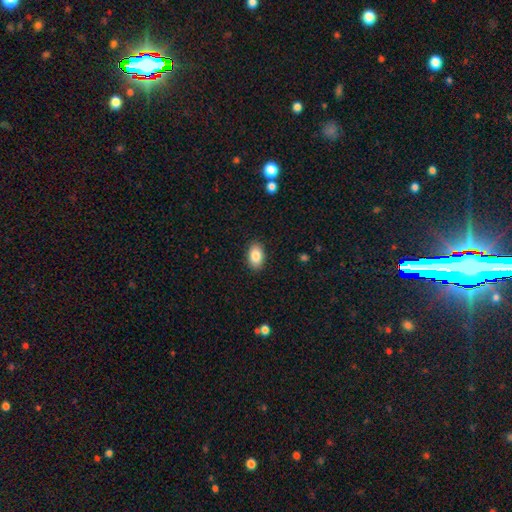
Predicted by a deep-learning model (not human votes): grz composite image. It shows a smooth galaxy with no disk features (86%) that is in between round and cigar-shaped (90%). Merging: none (89%).